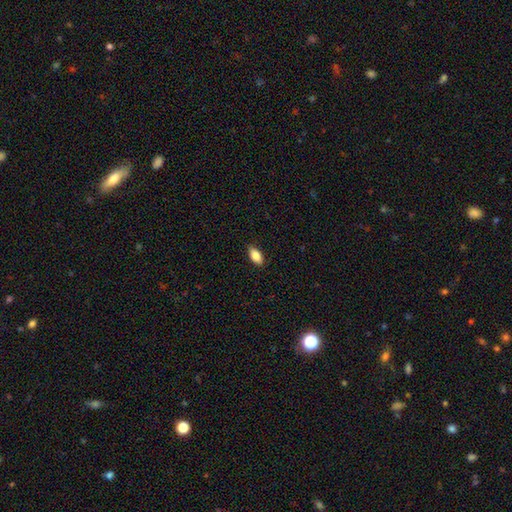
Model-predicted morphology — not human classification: This appears to be a smooth galaxy with no disk features (85%) that is in between round and cigar-shaped (91%). Merging: none (88%).